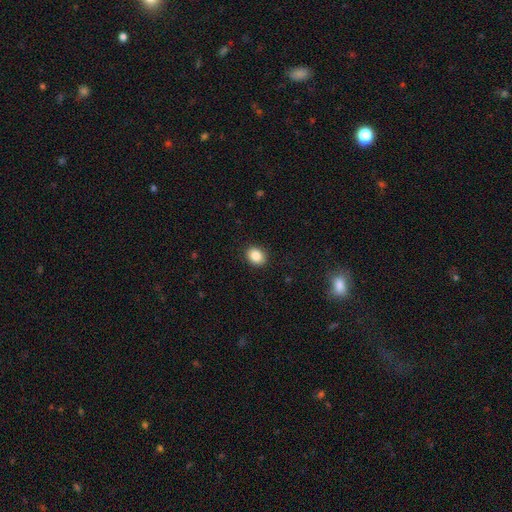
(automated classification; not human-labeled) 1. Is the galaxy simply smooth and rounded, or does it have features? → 86% smooth, 9% star or artifact, 5% featured or disk.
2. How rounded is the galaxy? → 51% round, 48% in between, 1% cigar-shaped.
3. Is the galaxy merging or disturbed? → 90% none, 7% minor disturbance, 2% major disturbance, 1% merger.